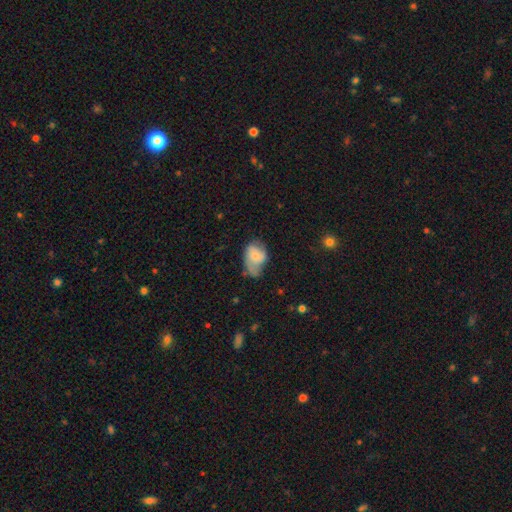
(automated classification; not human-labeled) smooth 61%, featured or disk 31%, star or artifact 8%. Down the decision tree: how rounded — in between (82%); merging — minor disturbance (39%).